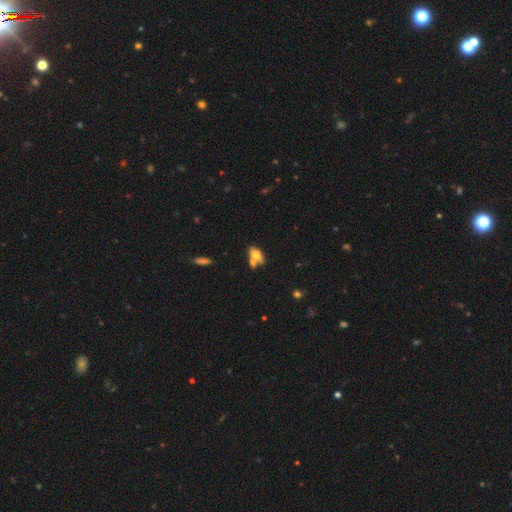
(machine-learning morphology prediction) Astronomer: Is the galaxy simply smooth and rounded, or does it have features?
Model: smooth — 71%.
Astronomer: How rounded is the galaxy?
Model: in between — 86%.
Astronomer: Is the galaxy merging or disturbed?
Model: merger — 45% (runner-up: none, 36%).